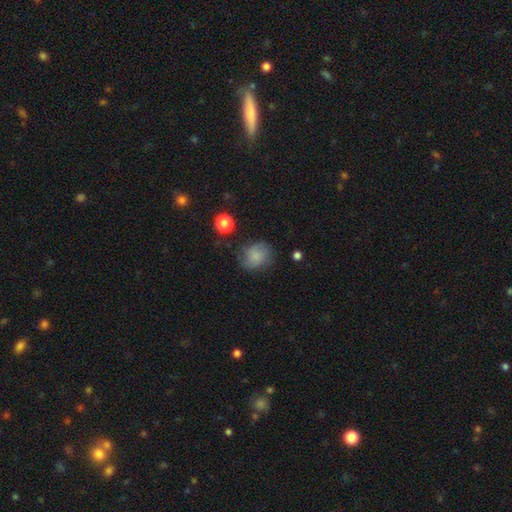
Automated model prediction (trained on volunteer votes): Overall: smooth (72%). How rounded: round (63%; in between 36%). Merging: none (63%; minor disturbance 24%).